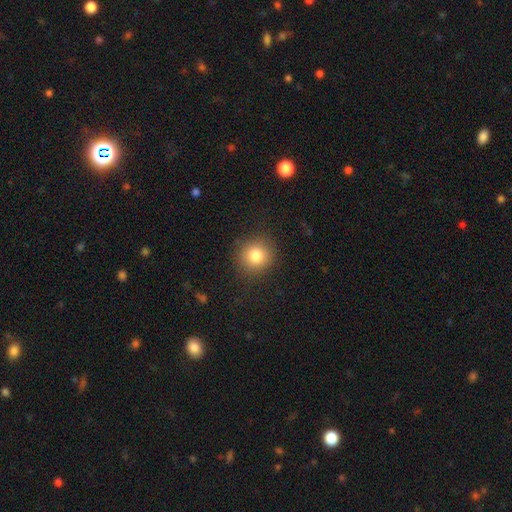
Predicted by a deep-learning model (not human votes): A smooth galaxy with no disk features (83%) that is round (89%).

Vote fractions:
- Smooth or featured? smooth: 83% / star or artifact: 10% / featured or disk: 7%
- How rounded? round: 89% / in between: 10% / cigar-shaped: 1%
- Merging? none: 87% / minor disturbance: 8% / major disturbance: 3% / merger: 1%